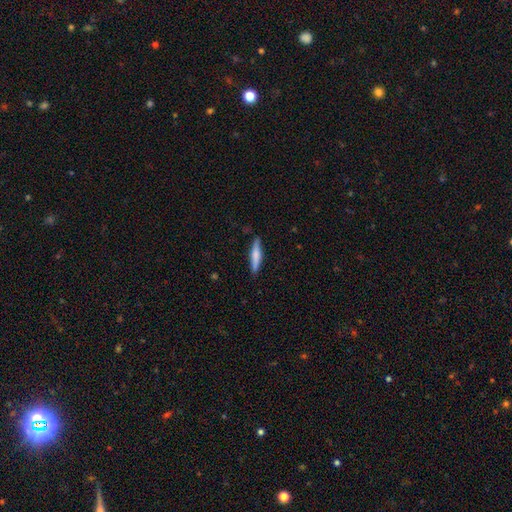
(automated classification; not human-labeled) Q: Smooth or featured?
A: smooth (63%); runner-up: featured or disk (32%)
Q: How rounded?
A: cigar-shaped (88%); runner-up: in between (11%)
Q: Merging?
A: none (87%); runner-up: minor disturbance (10%)